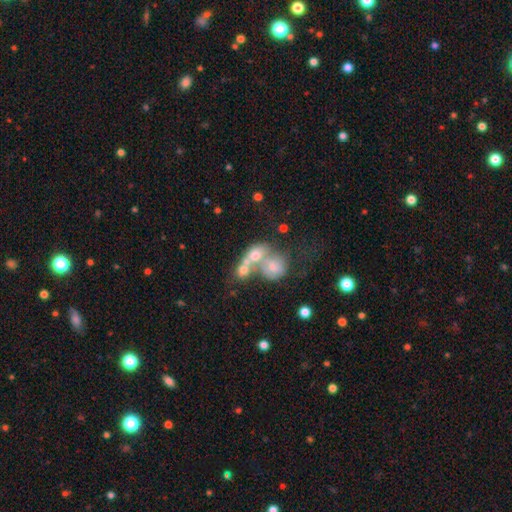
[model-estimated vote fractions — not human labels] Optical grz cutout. It shows a smooth galaxy with no disk features (55%) that is round (56%). Merging: merger (62%).